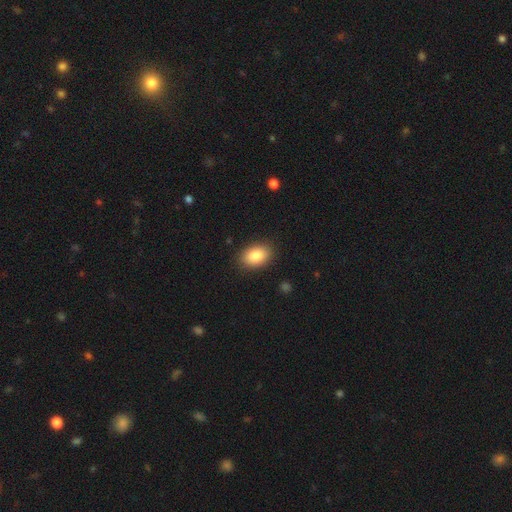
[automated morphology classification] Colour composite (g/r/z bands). It shows a smooth galaxy with no disk features (85%) that is in between round and cigar-shaped (87%). Merging: none (88%).